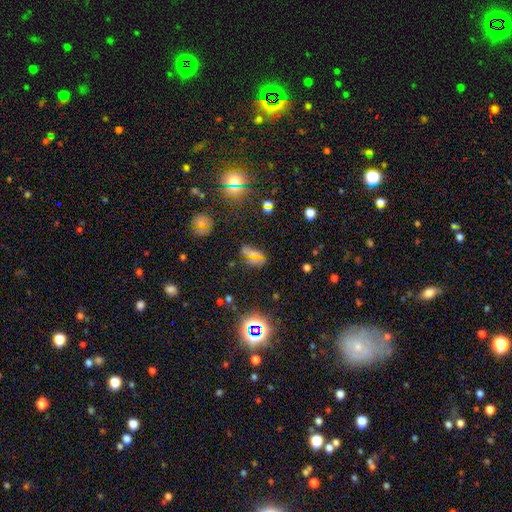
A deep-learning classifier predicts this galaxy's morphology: Smooth or featured? Predicted: star or artifact (p=0.48).